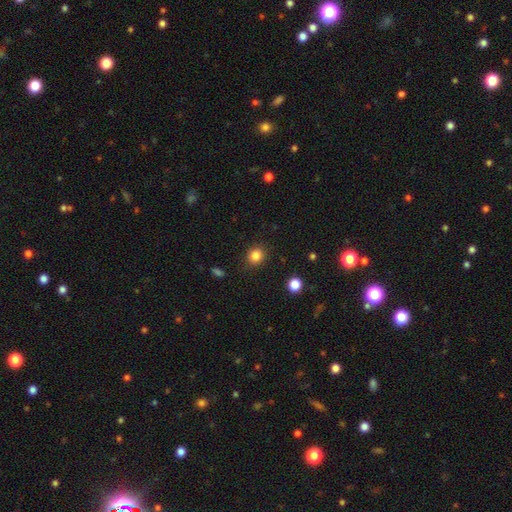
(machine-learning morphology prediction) This appears to be a smooth galaxy with no disk features (84%) that is round (80%). Merging: none (88%).